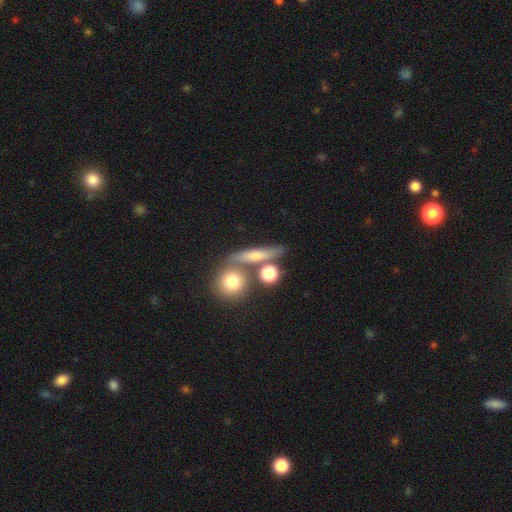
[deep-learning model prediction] Morphology: type=smooth (59%); roundness=cigar-shaped (46%); merging=none (66%).